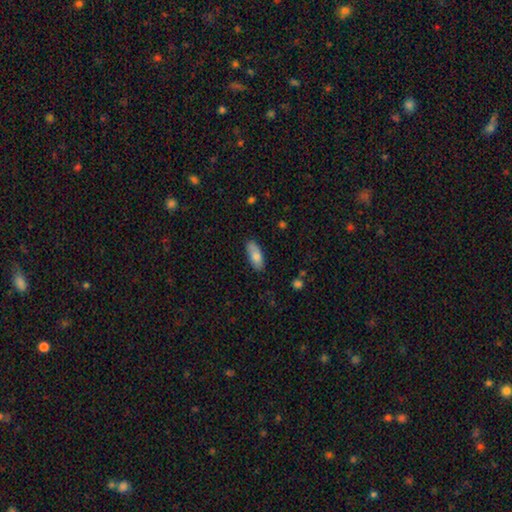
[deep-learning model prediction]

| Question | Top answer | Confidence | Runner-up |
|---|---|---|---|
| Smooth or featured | smooth | 82% | featured or disk (12%) |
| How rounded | in between | 79% | cigar-shaped (19%) |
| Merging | none | 81% | minor disturbance (15%) |